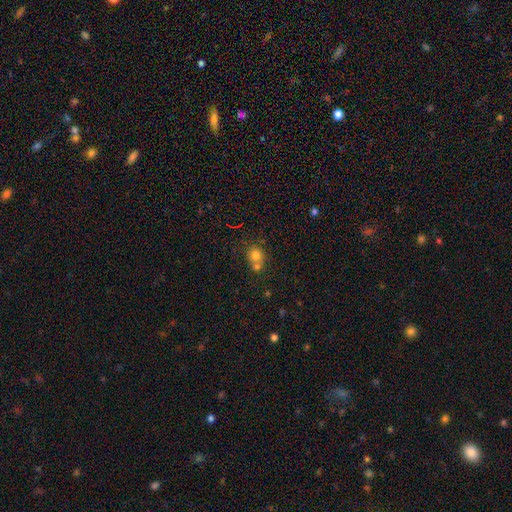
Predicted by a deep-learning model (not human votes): Overall: smooth (76%). How rounded: round (81%). Merging: merger (47%; none 41%).